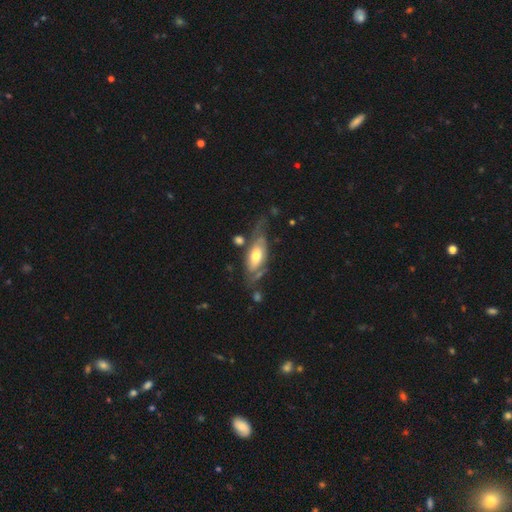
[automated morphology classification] Q: Smooth or featured?
A: featured or disk (57%); runner-up: smooth (38%)
Q: Edge-on disk?
A: no (76%); runner-up: yes (24%)
Q: Merging?
A: none (47%); runner-up: minor disturbance (25%)